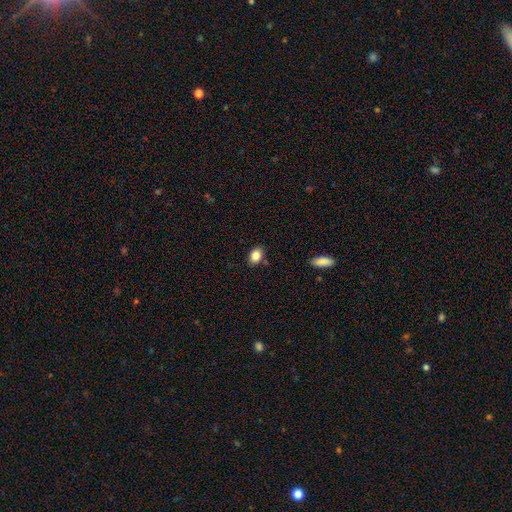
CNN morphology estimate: The model was most divided on "how rounded": in between: 75%, round: 24%, cigar-shaped: 1%. More confident: smooth or featured — smooth (85%); merging — none (83%).